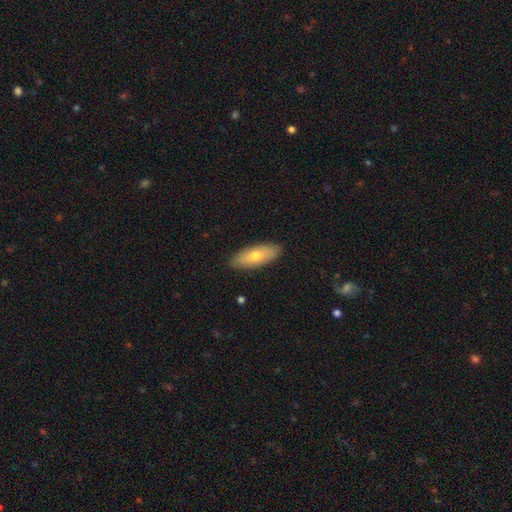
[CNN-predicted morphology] smooth-or-featured: smooth: 67% | featured or disk: 27% | star or artifact: 6%
  how-rounded: in between: 75% | cigar-shaped: 23% | round: 3%
  merging: none: 89% | minor disturbance: 9% | major disturbance: 2% | merger: 1%